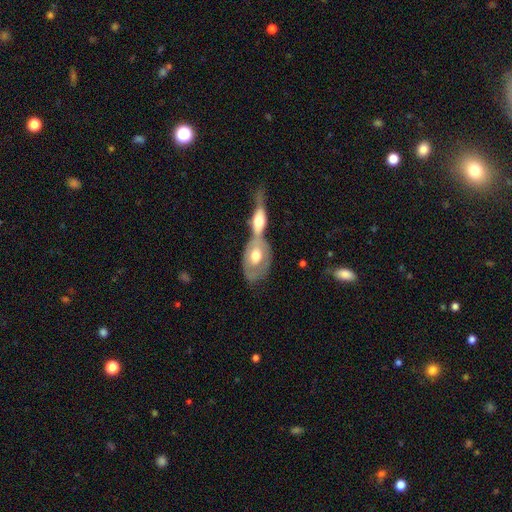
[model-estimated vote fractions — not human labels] Smooth or featured: featured or disk — 54% (smooth — 41%)
Edge-on disk: no — 81% (yes — 19%)
Merging: merger — 55% (none — 28%)